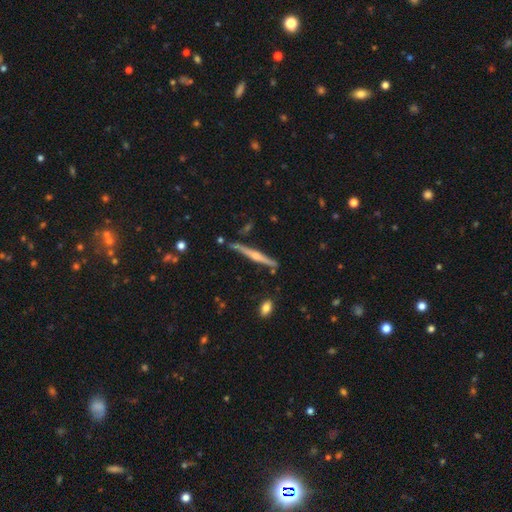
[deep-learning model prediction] featured or disk 68%, smooth 26%, star or artifact 6%. Down the decision tree: edge-on disk — yes (98%); edge-on bulge — rounded (72%); merging — none (82%).